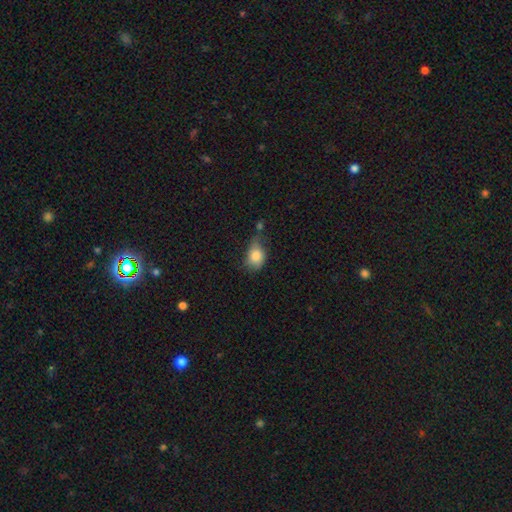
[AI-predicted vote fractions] smooth 82%, featured or disk 10%, star or artifact 8%. Down the decision tree: how rounded — in between (72%); merging — minor disturbance (37%, tied with none).